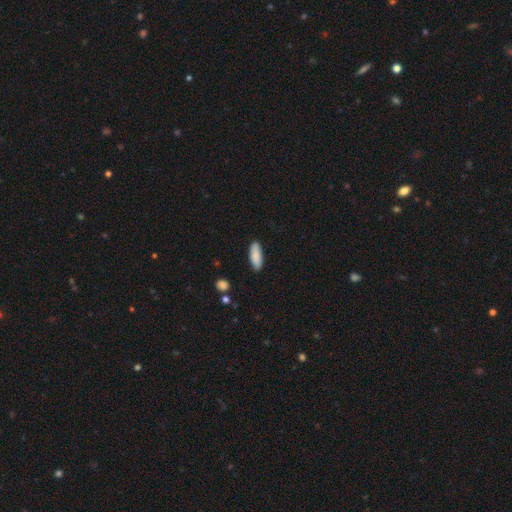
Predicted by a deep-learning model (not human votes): smooth 88%, featured or disk 6%, star or artifact 6%. Down the decision tree: how rounded — in between (65%); merging — none (86%).